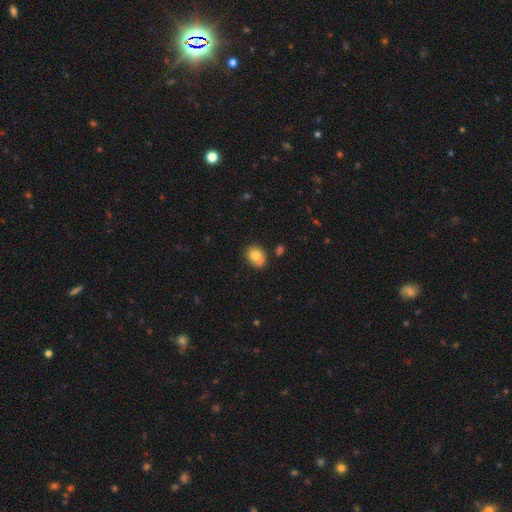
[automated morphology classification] Smooth or featured? Predicted: smooth (p=0.79). How rounded? Predicted: round (p=0.54). Merging? Predicted: none (p=0.74).